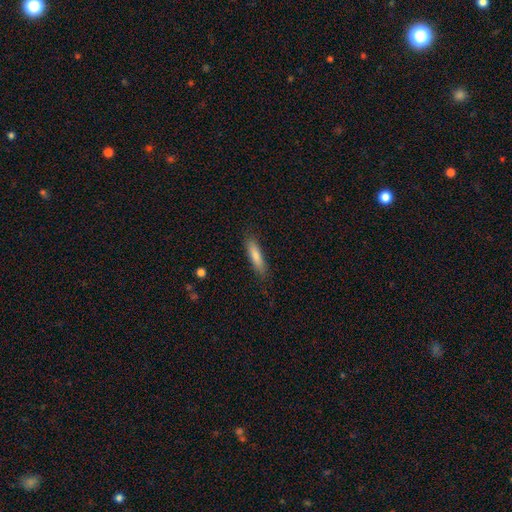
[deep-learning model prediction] Smooth or featured? Predicted: smooth (p=0.82). How rounded? Predicted: cigar-shaped (p=0.73). Merging? Predicted: none (p=0.83).